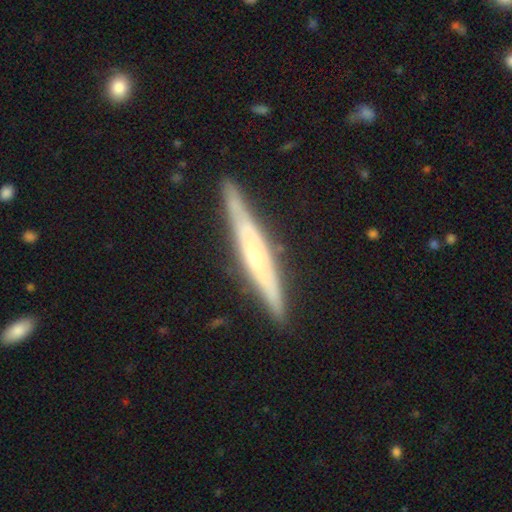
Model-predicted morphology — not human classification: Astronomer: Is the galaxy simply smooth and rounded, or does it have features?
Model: featured or disk — 73%.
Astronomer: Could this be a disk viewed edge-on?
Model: yes — 92%.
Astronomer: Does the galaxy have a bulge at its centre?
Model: rounded — 61%.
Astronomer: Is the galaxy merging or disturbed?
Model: none — 86%.